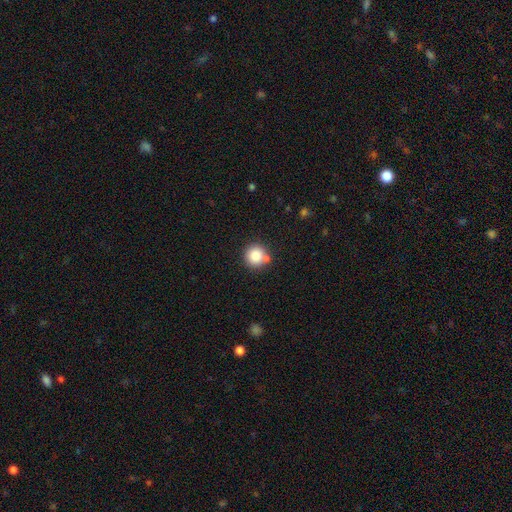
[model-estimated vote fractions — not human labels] A smooth galaxy with no disk features (82%) that is round (94%).

Vote fractions:
- Smooth or featured? smooth: 82% / star or artifact: 10% / featured or disk: 8%
- How rounded? round: 94% / in between: 6% / cigar-shaped: 1%
- Merging? none: 73% / merger: 13% / minor disturbance: 11% / major disturbance: 3%